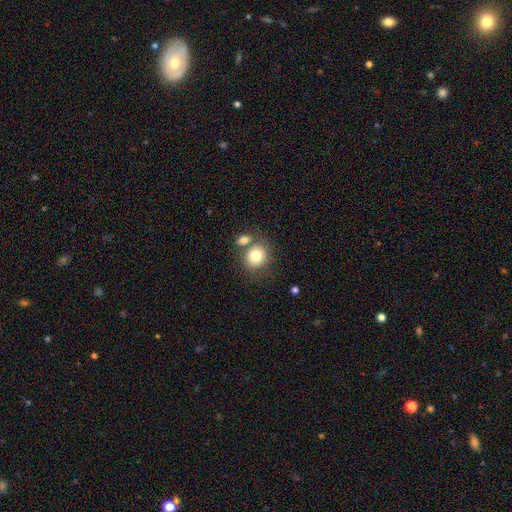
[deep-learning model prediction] Morphology: type=smooth (80%); roundness=round (79%); merging=none (59%).